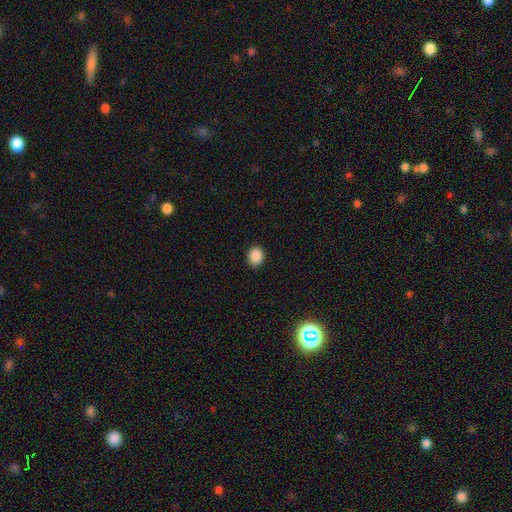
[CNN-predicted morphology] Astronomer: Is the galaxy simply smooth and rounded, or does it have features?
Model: smooth — 89%.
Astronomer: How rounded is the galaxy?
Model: round — 59% (runner-up: in between, 40%).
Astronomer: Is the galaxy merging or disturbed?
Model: none — 90%.